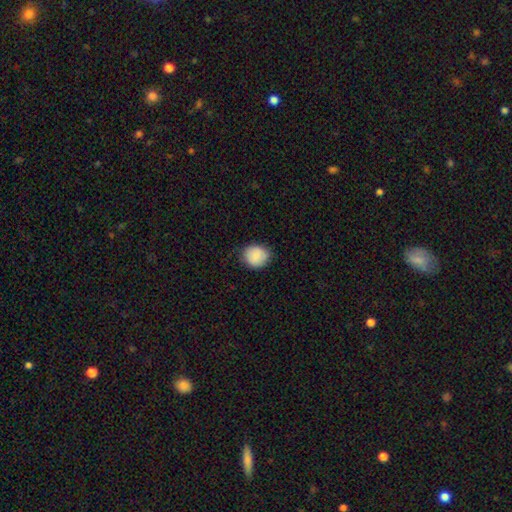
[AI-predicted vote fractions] Smooth or featured: smooth — 88% (star or artifact — 7%)
How rounded: round — 75% (in between — 24%)
Merging: none — 80% (minor disturbance — 16%)